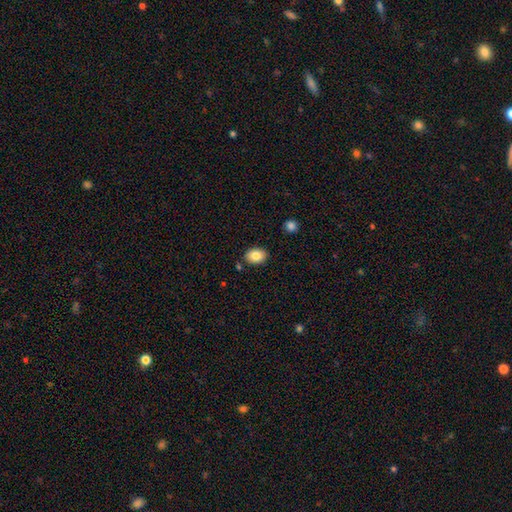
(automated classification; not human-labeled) The model was most divided on "how rounded": in between: 75%, round: 24%, cigar-shaped: 1%. More confident: merging — none (85%); smooth or featured — smooth (85%).